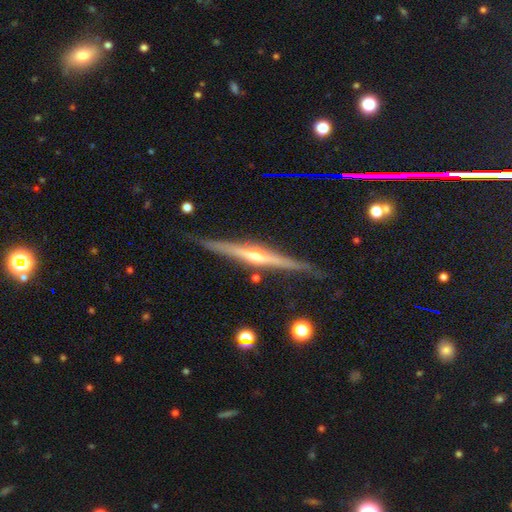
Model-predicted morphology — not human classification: A featured or disk galaxy (84%) viewed edge-on (98%) with a rounded central bulge (84%).

Vote fractions:
- Smooth or featured? featured or disk: 84% / smooth: 9% / star or artifact: 6%
- Edge-on disk? yes: 98% / no: 2%
- Edge-on bulge? rounded: 84% / none: 10% / boxy: 6%
- Merging? none: 88% / minor disturbance: 9% / merger: 2% / major disturbance: 2%